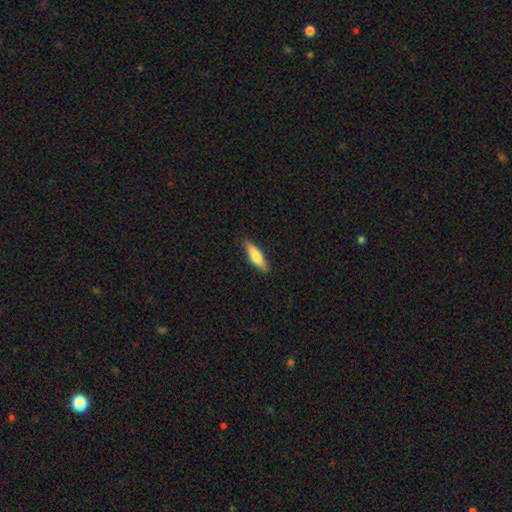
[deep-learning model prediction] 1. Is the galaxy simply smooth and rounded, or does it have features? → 73% smooth, 21% featured or disk, 6% star or artifact.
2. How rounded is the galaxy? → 64% cigar-shaped, 34% in between, 2% round.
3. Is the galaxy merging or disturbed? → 87% none, 10% minor disturbance, 2% major disturbance, 1% merger.